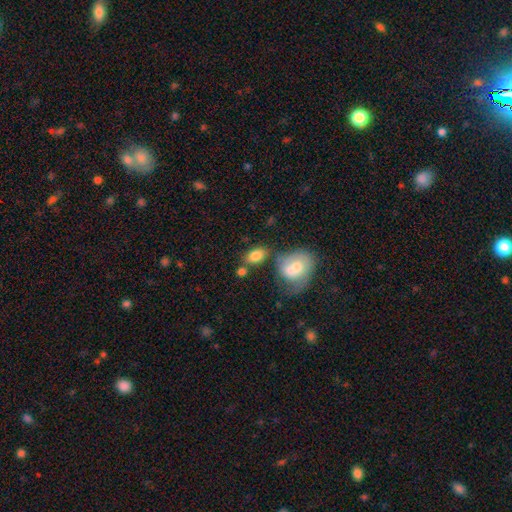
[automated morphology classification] The model was most divided on "merging": none: 54%, merger: 24%, minor disturbance: 15%, major disturbance: 7%. More confident: how rounded — in between (86%); smooth or featured — smooth (81%).